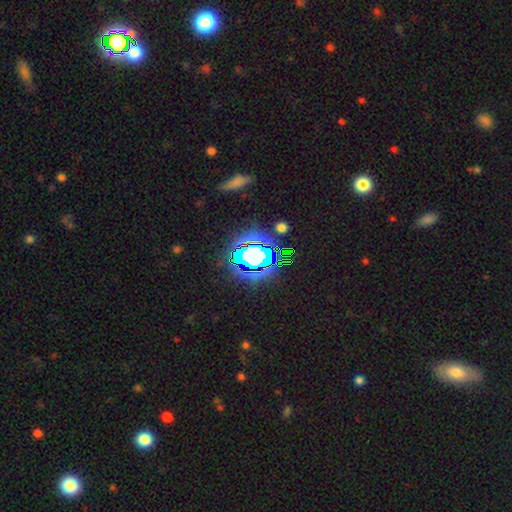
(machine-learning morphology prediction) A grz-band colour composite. It shows a star or artifact, not a galaxy (62%).